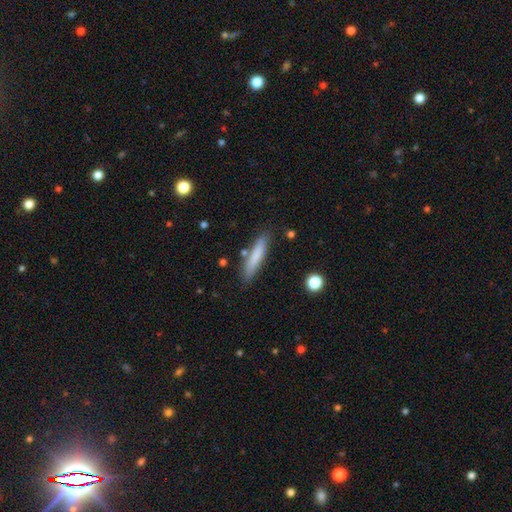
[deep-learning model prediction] Smooth or featured: smooth — 76% (featured or disk — 18%)
How rounded: cigar-shaped — 87% (in between — 11%)
Merging: none — 82% (minor disturbance — 11%)